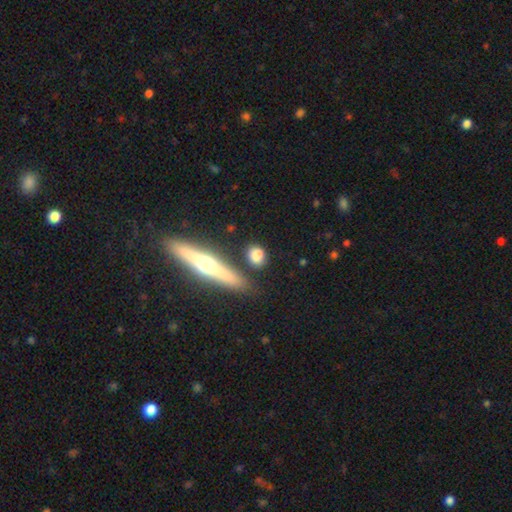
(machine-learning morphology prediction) The model was most divided on "how rounded": round: 46%, in between: 44%, cigar-shaped: 10%. More confident: merging — none (78%); smooth or featured — smooth (75%).